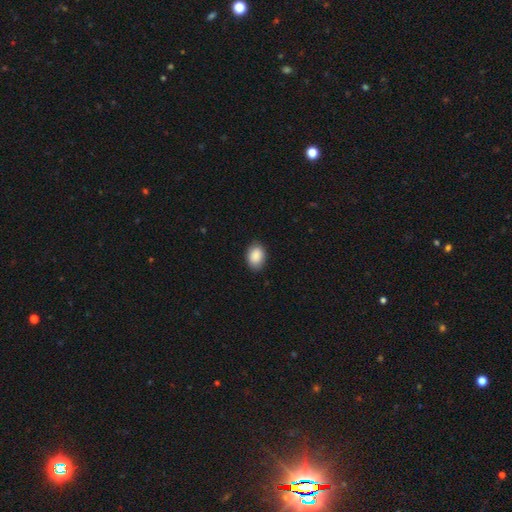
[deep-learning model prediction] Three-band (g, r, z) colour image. It shows a smooth galaxy with no disk features (90%) that is in between round and cigar-shaped (83%). Merging: none (85%).